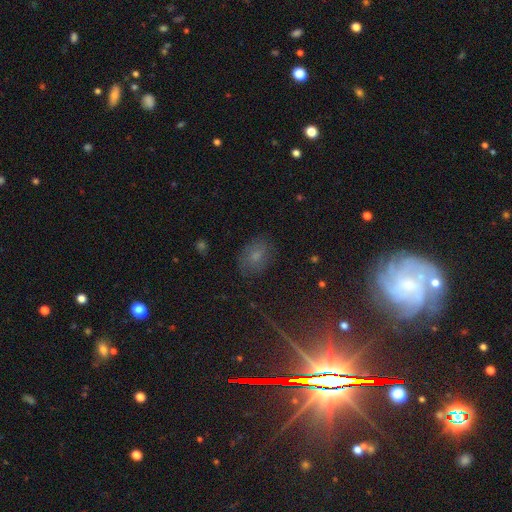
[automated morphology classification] This appears to be a smooth galaxy with no disk features (57%) that is in between round and cigar-shaped (72%). Merging: none (78%).